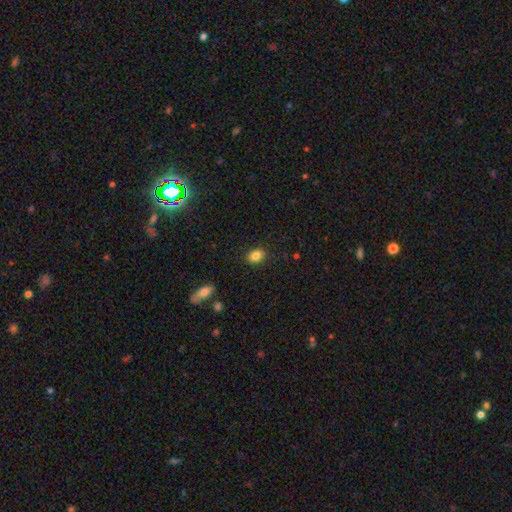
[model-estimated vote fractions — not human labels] smooth 84%, star or artifact 10%, featured or disk 7%. Down the decision tree: how rounded — in between (65%); merging — none (87%).